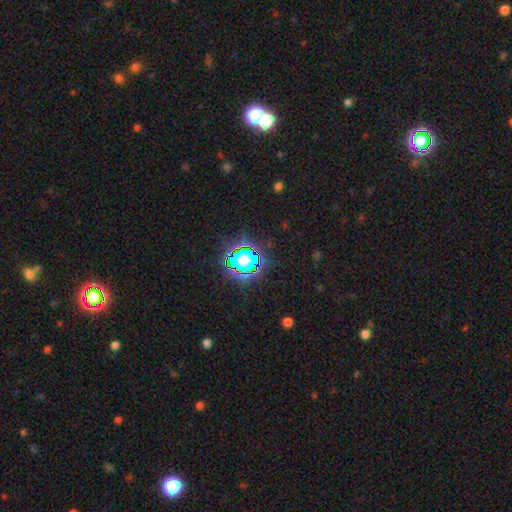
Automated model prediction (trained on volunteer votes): smooth_or_featured: star or artifact (p=0.80) [alt: smooth p=0.13]